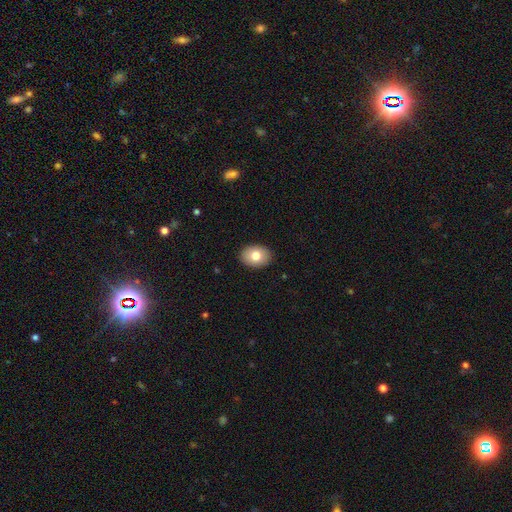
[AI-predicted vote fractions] smooth_or_featured: smooth (p=0.79) [alt: featured or disk p=0.13]
how_rounded: in between (p=0.70) [alt: round p=0.30]
merging: none (p=0.90) [alt: minor disturbance p=0.07]